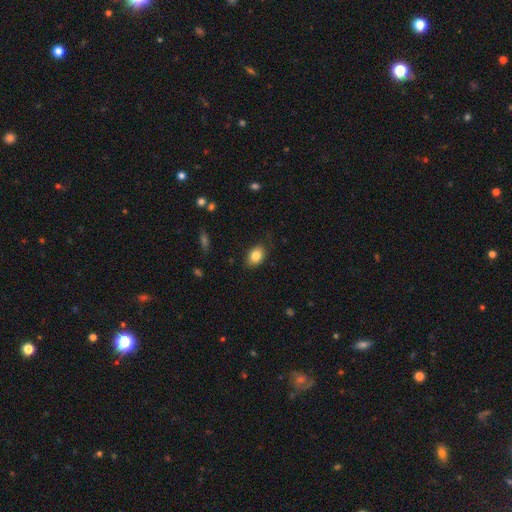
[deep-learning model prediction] The model was most divided on "how rounded": in between: 76%, round: 22%, cigar-shaped: 1%. More confident: smooth or featured — smooth (83%); merging — none (80%).